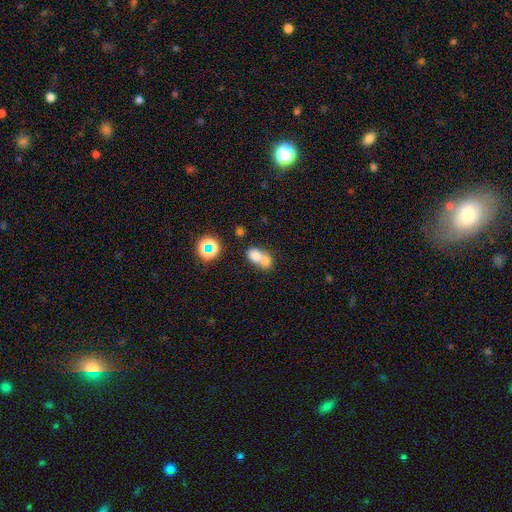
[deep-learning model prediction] Smooth or featured? Predicted: smooth (p=0.71). How rounded? Predicted: round (p=0.50). Merging? Predicted: merger (p=0.66).